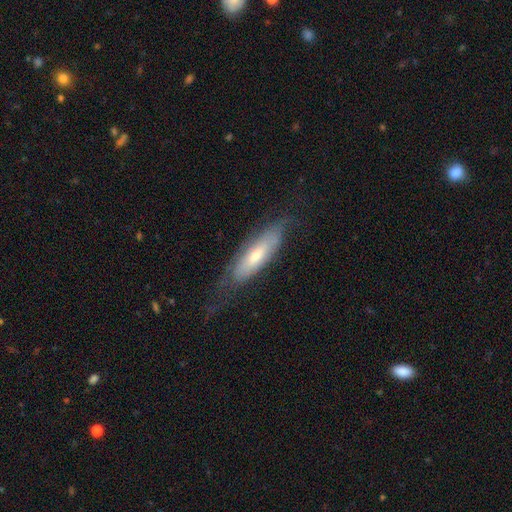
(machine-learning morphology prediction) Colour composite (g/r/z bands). It shows a featured or disk galaxy (51%). Merging: none (60%).